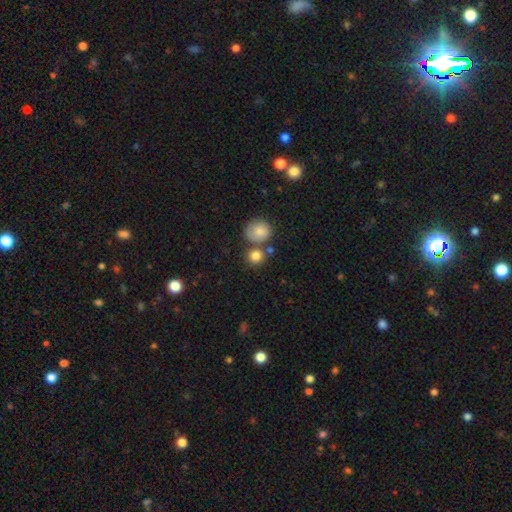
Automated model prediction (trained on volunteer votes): smooth-or-featured: smooth: 82% | star or artifact: 10% | featured or disk: 8%
  how-rounded: round: 86% | in between: 13% | cigar-shaped: 1%
  merging: none: 64% | merger: 22% | minor disturbance: 10% | major disturbance: 4%